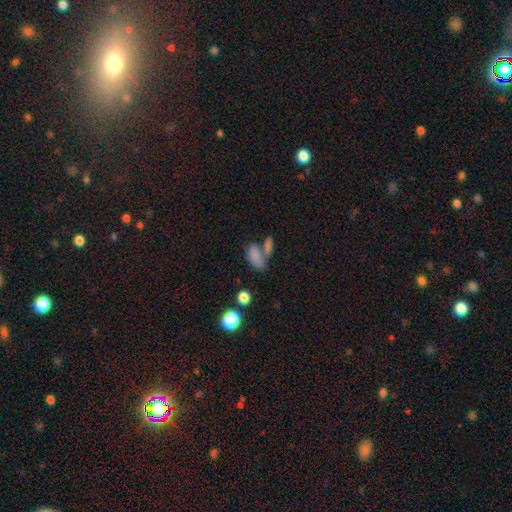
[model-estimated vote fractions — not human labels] Smooth or featured? smooth (76%)
How rounded? in between (84%)
Merging? merger (48%)